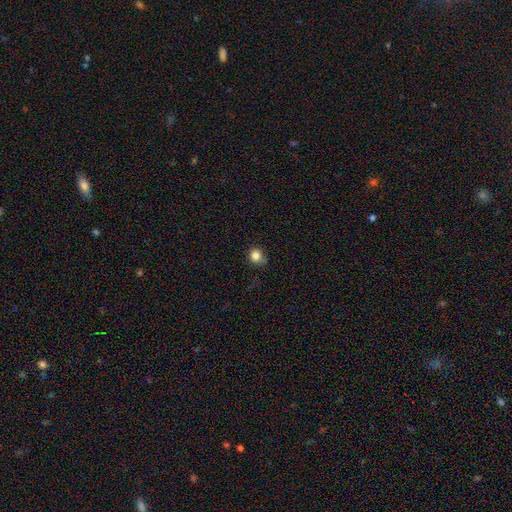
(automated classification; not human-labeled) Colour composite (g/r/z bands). It shows a smooth galaxy with no disk features (83%) that is round (86%). Merging: none (70%).